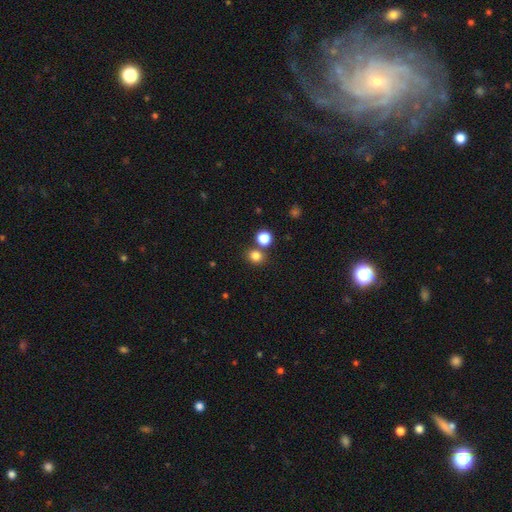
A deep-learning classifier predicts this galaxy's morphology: Smooth or featured: smooth — 81% (star or artifact — 15%)
How rounded: round — 73% (in between — 26%)
Merging: none — 73% (merger — 16%)